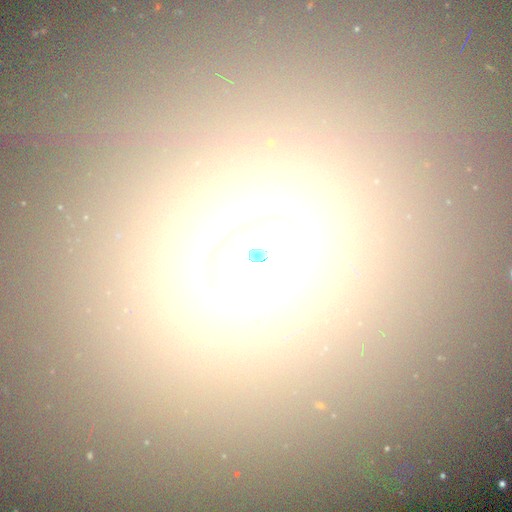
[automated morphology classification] The model was most divided on "smooth or featured": smooth: 50%, star or artifact: 31%, featured or disk: 20%. More confident: merging — none (86%).